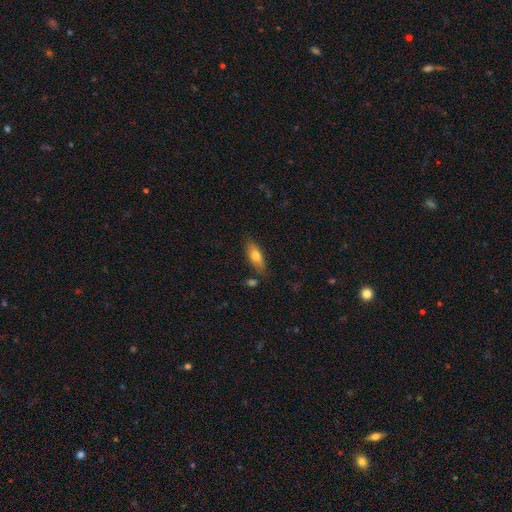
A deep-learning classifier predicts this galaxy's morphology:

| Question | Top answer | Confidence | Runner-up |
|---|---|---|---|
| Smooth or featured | smooth | 72% | featured or disk (22%) |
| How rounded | in between | 64% | cigar-shaped (34%) |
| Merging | none | 78% | minor disturbance (14%) |